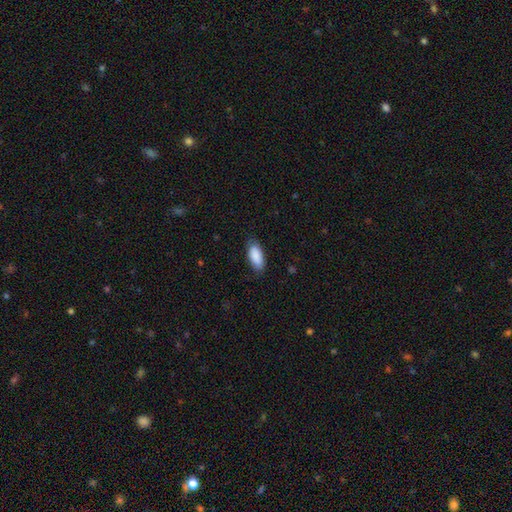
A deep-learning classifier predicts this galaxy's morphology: Q: Smooth or featured?
A: smooth (90%); runner-up: star or artifact (6%)
Q: How rounded?
A: in between (87%); runner-up: cigar-shaped (11%)
Q: Merging?
A: none (80%); runner-up: minor disturbance (16%)